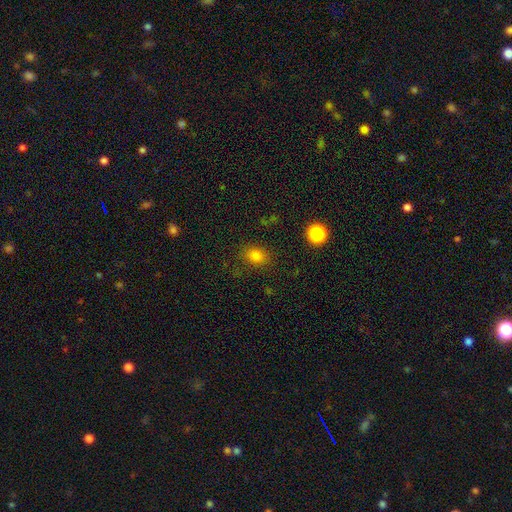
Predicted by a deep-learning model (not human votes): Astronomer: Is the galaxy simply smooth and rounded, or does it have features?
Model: smooth — 80%.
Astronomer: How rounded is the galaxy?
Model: in between — 53% (runner-up: round, 45%).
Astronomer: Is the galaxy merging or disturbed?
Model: none — 82%.